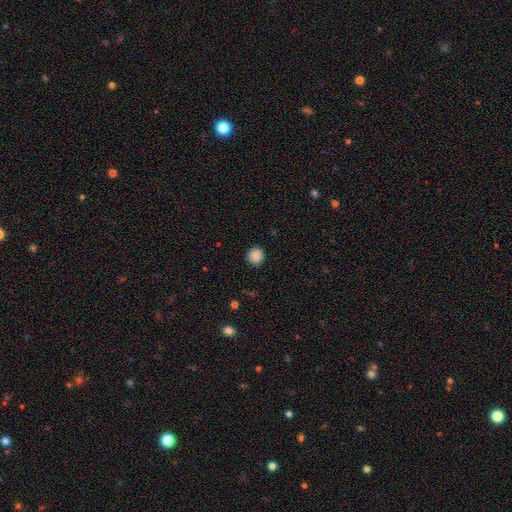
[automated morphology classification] Smooth or featured? smooth (88%)
How rounded? round (87%)
Merging? none (90%)